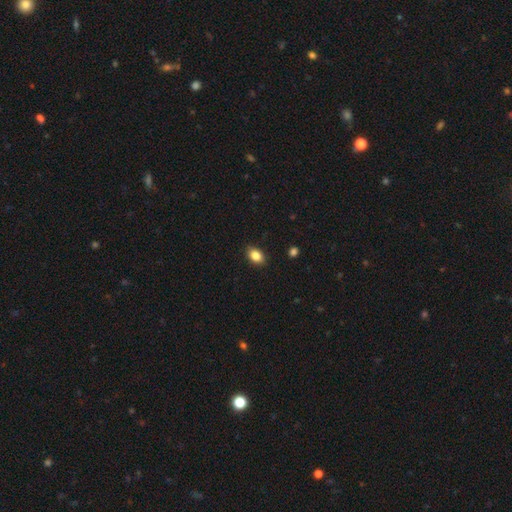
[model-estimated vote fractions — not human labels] smooth_or_featured: smooth (p=0.85) [alt: star or artifact p=0.09]
how_rounded: in between (p=0.83) [alt: round p=0.15]
merging: none (p=0.88) [alt: minor disturbance p=0.09]